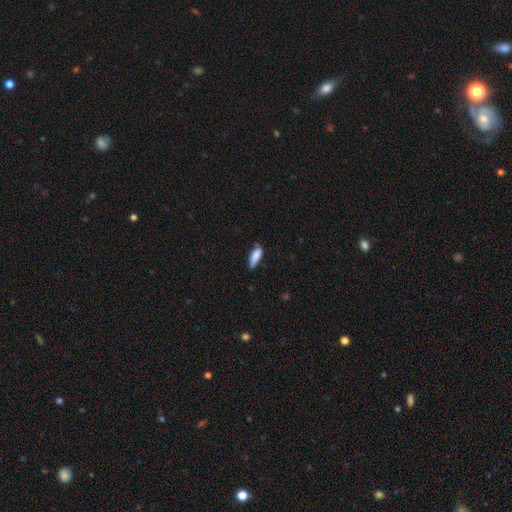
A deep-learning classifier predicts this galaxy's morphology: Smooth or featured? Predicted: smooth (p=0.82). How rounded? Predicted: in between (p=0.55). Merging? Predicted: none (p=0.53).